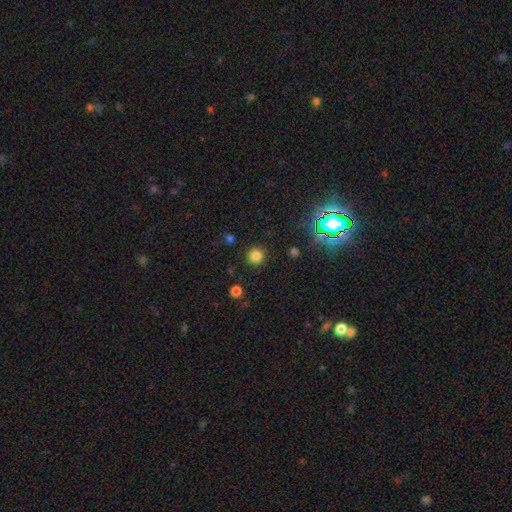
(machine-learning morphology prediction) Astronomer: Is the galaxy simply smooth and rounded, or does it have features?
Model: smooth — 79%.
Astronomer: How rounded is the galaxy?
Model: round — 95%.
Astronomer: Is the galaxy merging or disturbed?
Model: none — 90%.